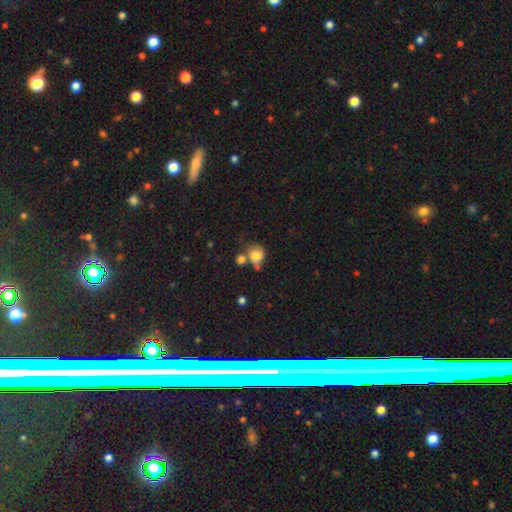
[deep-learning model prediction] smooth-or-featured: smooth: 75% | featured or disk: 15% | star or artifact: 10%
  how-rounded: round: 68% | in between: 31% | cigar-shaped: 1%
  merging: none: 36% | merger: 35% | minor disturbance: 20% | major disturbance: 9%